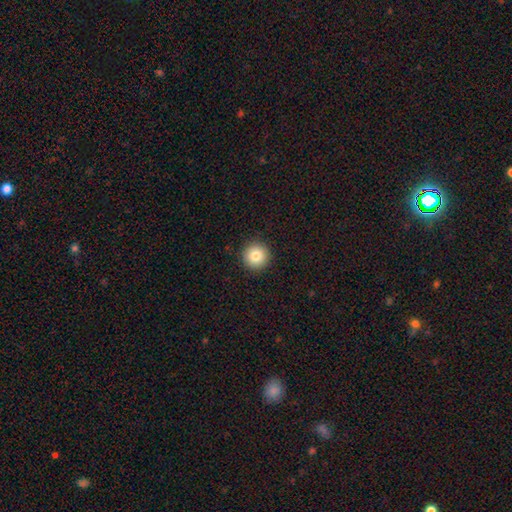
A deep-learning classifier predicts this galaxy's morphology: Smooth or featured: smooth — 83% (star or artifact — 10%)
How rounded: round — 96% (in between — 3%)
Merging: none — 93% (minor disturbance — 5%)